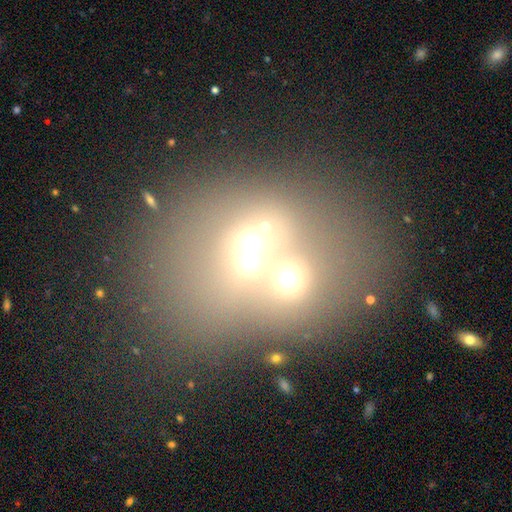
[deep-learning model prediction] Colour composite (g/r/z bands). It shows a smooth galaxy with no disk features (46%). Merging: merger (60%).